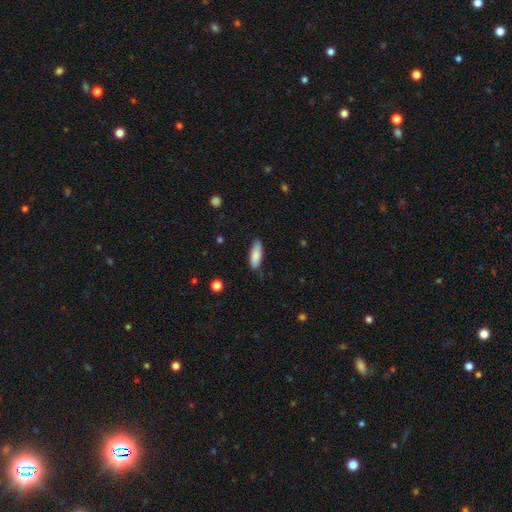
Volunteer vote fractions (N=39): Volunteers were most divided on "merging": none: 59%, minor disturbance: 35%, merger: 5%, major disturbance: 0%. More confident: smooth or featured — smooth (85%); how rounded — in between (64%).